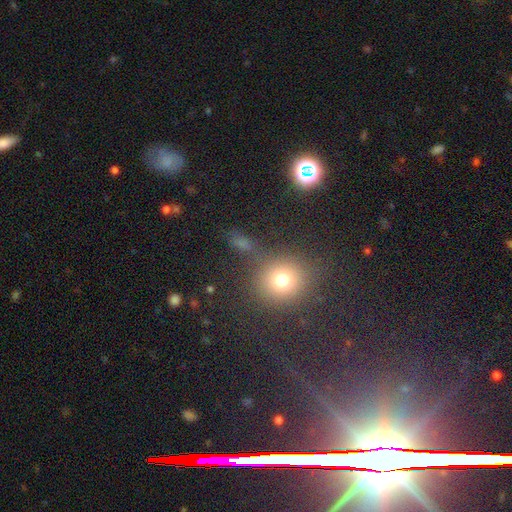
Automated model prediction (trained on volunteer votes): smooth-or-featured: smooth: 55% | star or artifact: 35% | featured or disk: 11%
  how-rounded: round: 84% | in between: 14% | cigar-shaped: 2%
  merging: none: 82% | minor disturbance: 9% | merger: 6% | major disturbance: 4%